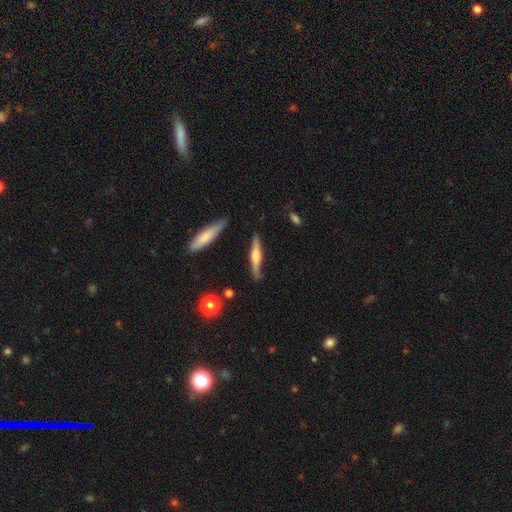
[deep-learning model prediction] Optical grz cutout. It shows a featured or disk galaxy (62%) viewed edge-on (96%) with a rounded central bulge (79%). Merging: none (83%).